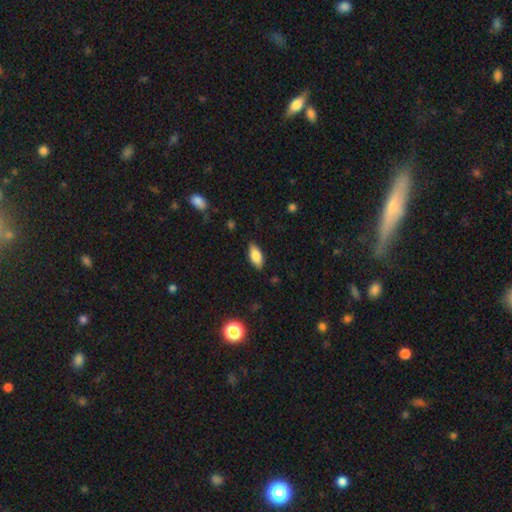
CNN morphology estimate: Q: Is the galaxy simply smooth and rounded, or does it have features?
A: smooth — 79%.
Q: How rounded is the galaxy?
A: in between — 87%.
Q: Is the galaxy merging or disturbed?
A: none — 85%.